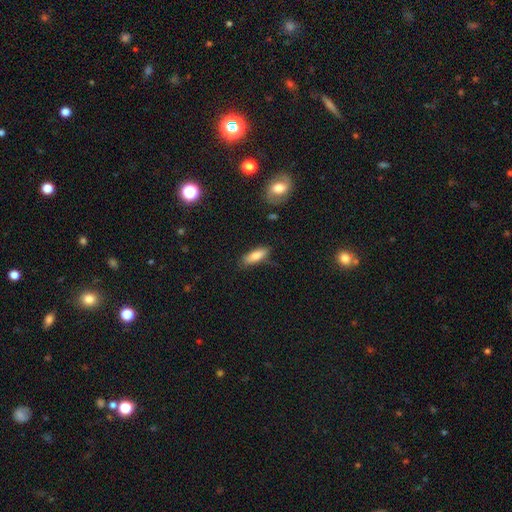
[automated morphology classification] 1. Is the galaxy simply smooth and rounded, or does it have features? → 79% smooth, 14% featured or disk, 7% star or artifact.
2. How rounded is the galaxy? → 63% in between, 35% cigar-shaped, 2% round.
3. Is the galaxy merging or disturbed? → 75% none, 19% minor disturbance, 4% major disturbance, 2% merger.